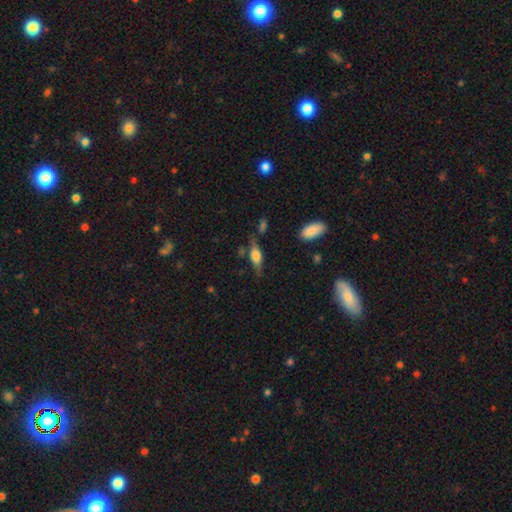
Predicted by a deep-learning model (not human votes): Morphology: type=featured or disk (53%); edge-on=yes (92%); merging=none (73%).